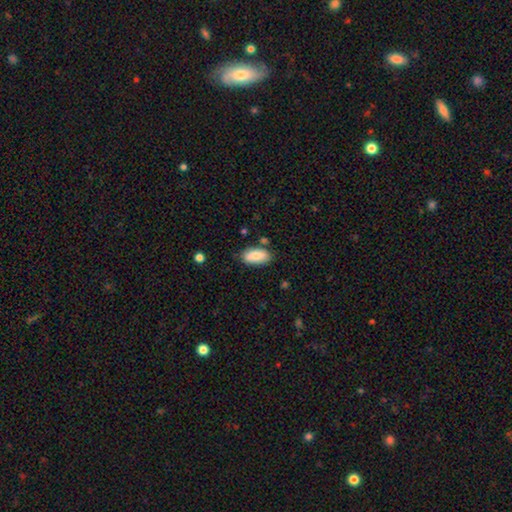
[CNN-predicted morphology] Overall: smooth (87%). How rounded: in between (90%). Merging: none (78%).